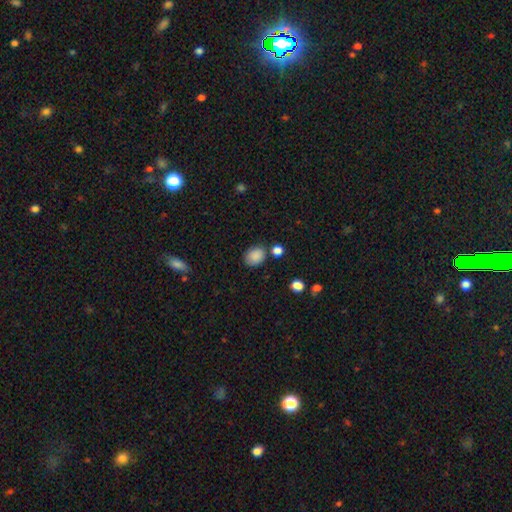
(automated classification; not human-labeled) The model was most divided on "how rounded": in between: 59%, round: 40%, cigar-shaped: 1%. More confident: smooth or featured — smooth (86%); merging — none (74%).